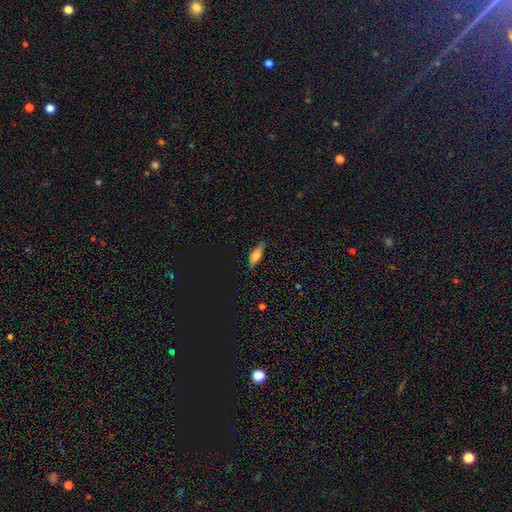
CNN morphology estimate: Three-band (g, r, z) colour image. It shows a smooth galaxy with no disk features (64%) that is in between round and cigar-shaped (67%). Merging: none (77%).